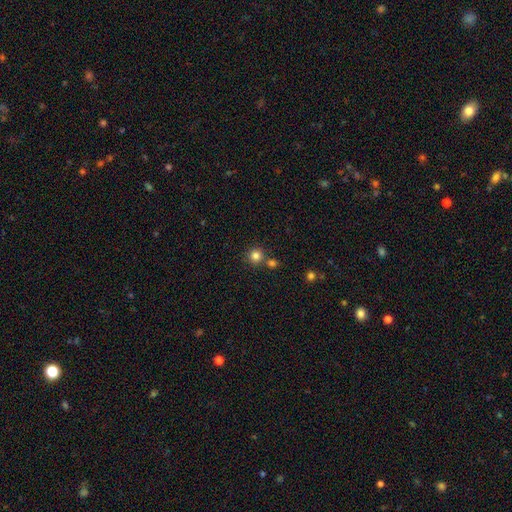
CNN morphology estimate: Q: Smooth or featured?
A: smooth (82%); runner-up: star or artifact (13%)
Q: How rounded?
A: round (93%); runner-up: in between (6%)
Q: Merging?
A: none (74%); runner-up: merger (17%)